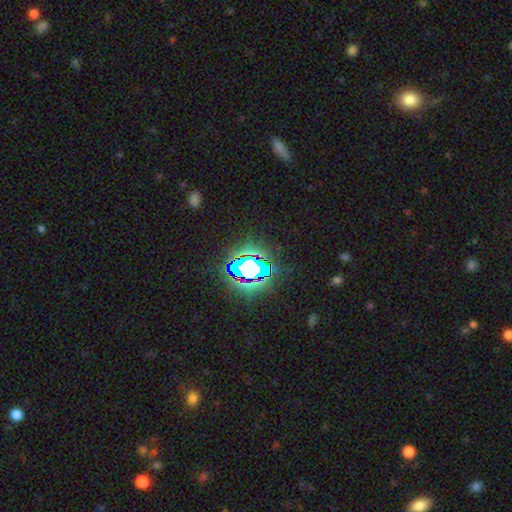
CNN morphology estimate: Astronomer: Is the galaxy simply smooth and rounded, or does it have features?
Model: star or artifact — 77%.